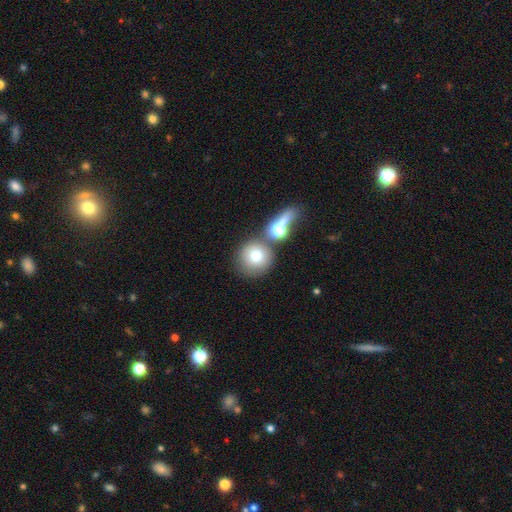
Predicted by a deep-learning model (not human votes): Overall: smooth (74%). How rounded: round (91%). Merging: none (60%; merger 26%).